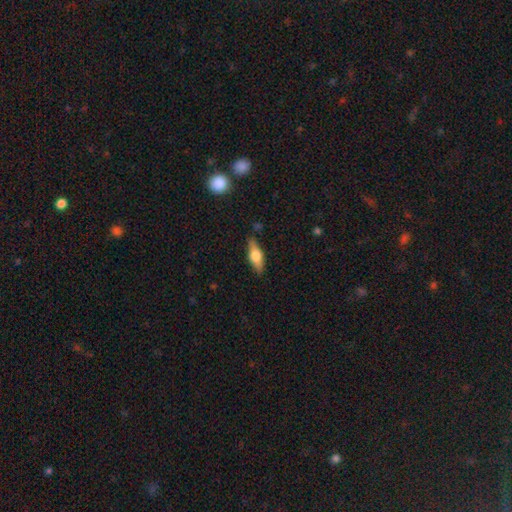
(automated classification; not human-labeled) Overall: smooth (50%; featured or disk 43%). How rounded: in between (59%; cigar-shaped 37%). Merging: none (83%).